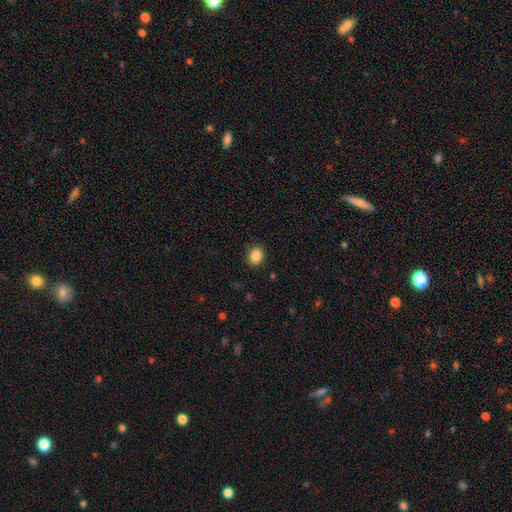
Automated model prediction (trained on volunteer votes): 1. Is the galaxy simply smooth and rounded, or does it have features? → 87% smooth, 9% star or artifact, 4% featured or disk.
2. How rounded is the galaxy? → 57% round, 42% in between, 1% cigar-shaped.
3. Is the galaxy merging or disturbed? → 88% none, 9% minor disturbance, 2% major disturbance, 1% merger.